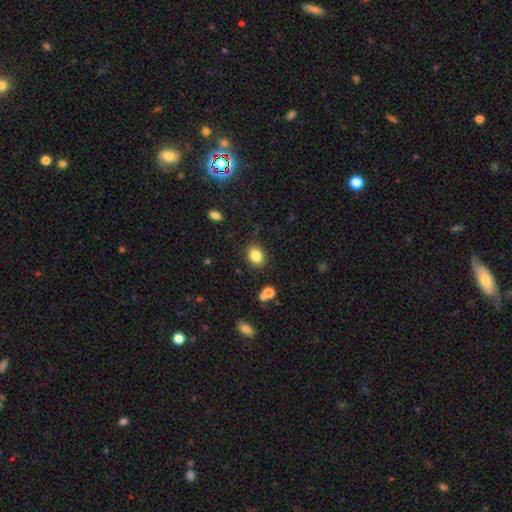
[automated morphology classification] Smooth or featured: smooth — 83% (star or artifact — 10%)
How rounded: in between — 55% (round — 44%)
Merging: none — 85% (minor disturbance — 10%)